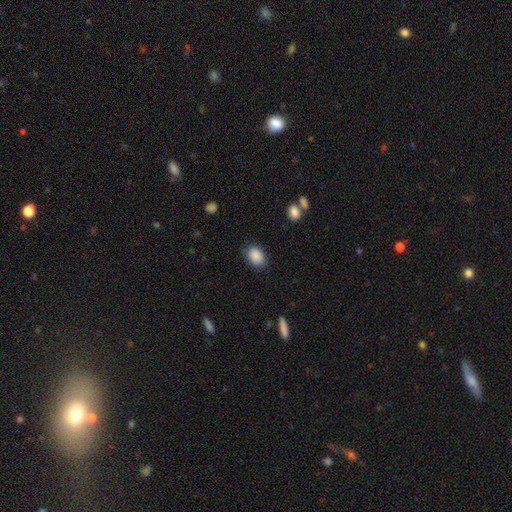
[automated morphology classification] A smooth galaxy with no disk features (89%) that is in between round and cigar-shaped (74%). Merging: none (84%).